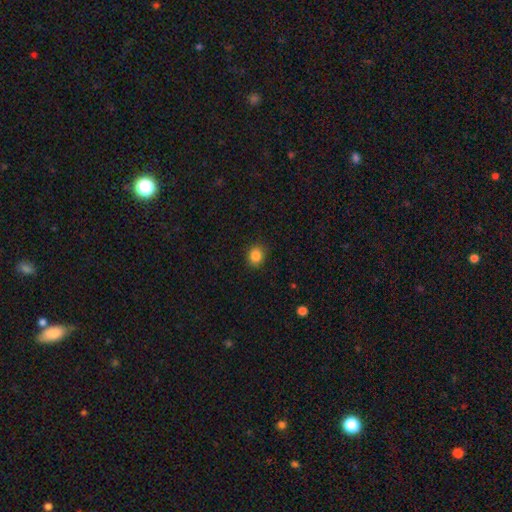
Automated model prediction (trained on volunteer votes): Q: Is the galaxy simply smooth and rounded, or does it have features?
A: smooth — 85%.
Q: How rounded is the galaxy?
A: round — 70%.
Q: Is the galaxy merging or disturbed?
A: none — 88%.